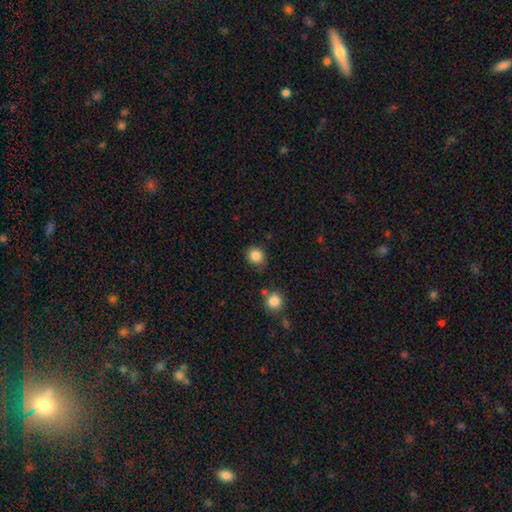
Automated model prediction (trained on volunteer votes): The model was most divided on "merging": none: 80%, minor disturbance: 13%, merger: 4%, major disturbance: 3%. More confident: smooth or featured — smooth (85%); how rounded — round (84%).